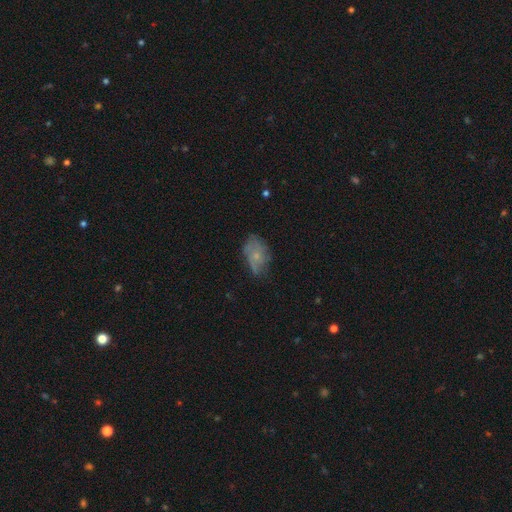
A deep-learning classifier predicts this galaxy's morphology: type=smooth (50%); merging=none (47%).